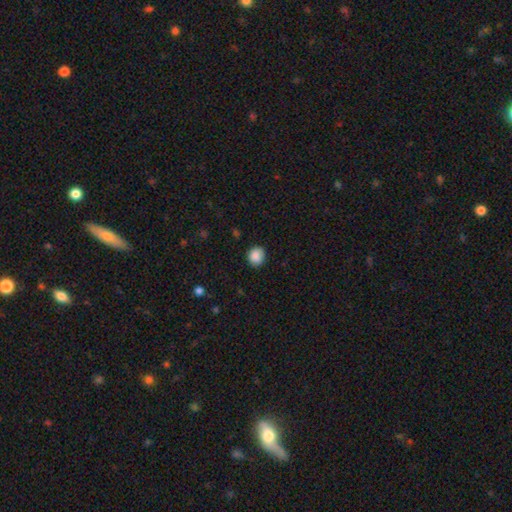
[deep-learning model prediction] smooth-or-featured: smooth: 87% | star or artifact: 9% | featured or disk: 4%
  how-rounded: round: 82% | in between: 17% | cigar-shaped: 1%
  merging: none: 85% | minor disturbance: 11% | major disturbance: 2% | merger: 1%